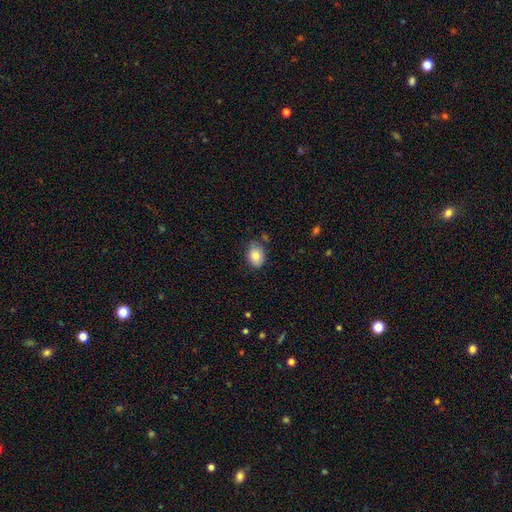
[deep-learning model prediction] Smooth or featured? Predicted: smooth (p=0.85). How rounded? Predicted: in between (p=0.75). Merging? Predicted: none (p=0.73).